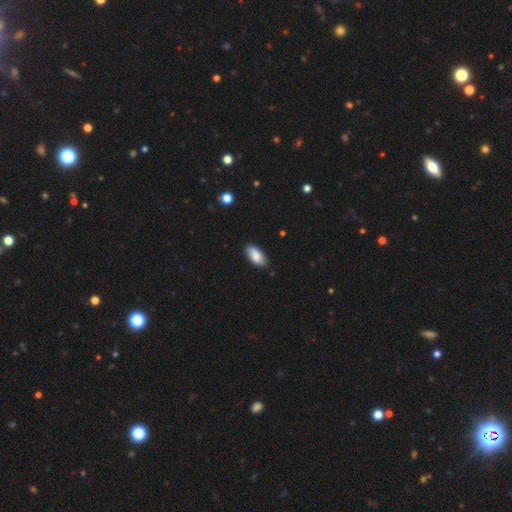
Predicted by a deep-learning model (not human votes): smooth_or_featured: smooth (p=0.85) [alt: featured or disk p=0.09]
how_rounded: in between (p=0.93) [alt: cigar-shaped p=0.05]
merging: none (p=0.84) [alt: minor disturbance p=0.13]